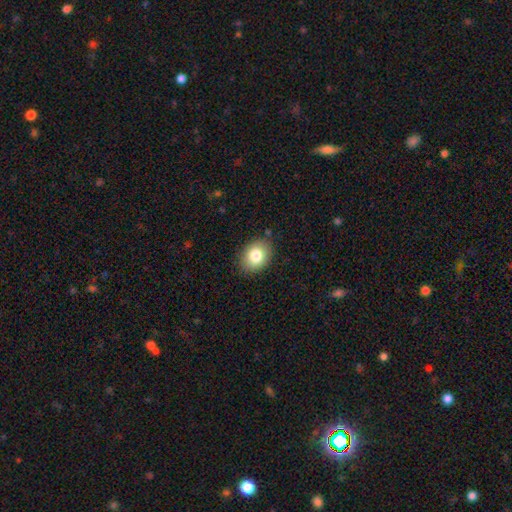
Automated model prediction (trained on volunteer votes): Q: Smooth or featured?
A: smooth (82%); runner-up: featured or disk (9%)
Q: How rounded?
A: in between (65%); runner-up: round (34%)
Q: Merging?
A: none (85%); runner-up: minor disturbance (11%)